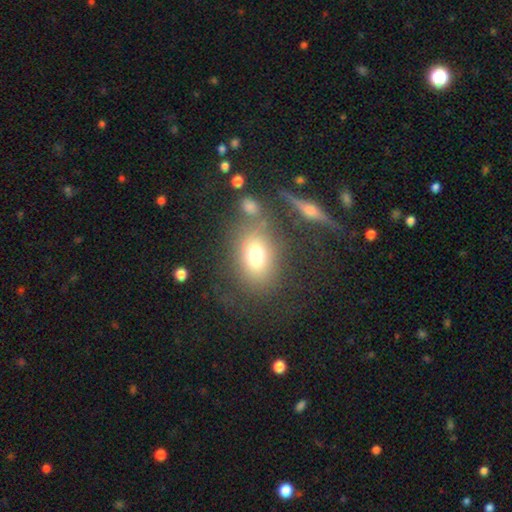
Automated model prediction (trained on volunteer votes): Q: Smooth or featured?
A: smooth (71%); runner-up: featured or disk (16%)
Q: How rounded?
A: in between (62%); runner-up: round (35%)
Q: Merging?
A: none (66%); runner-up: minor disturbance (15%)